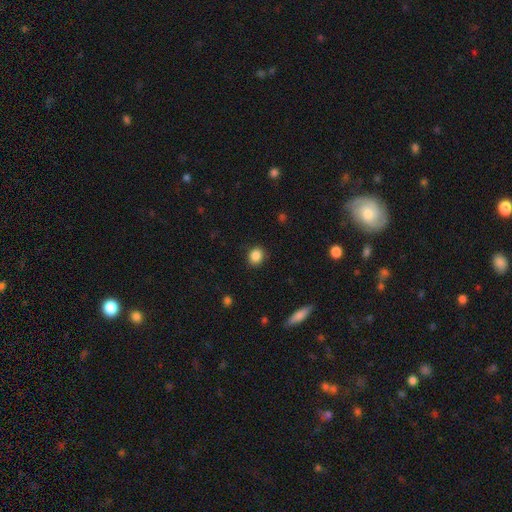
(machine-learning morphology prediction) Smooth or featured: smooth — 87% (star or artifact — 9%)
How rounded: round — 74% (in between — 25%)
Merging: none — 88% (minor disturbance — 9%)